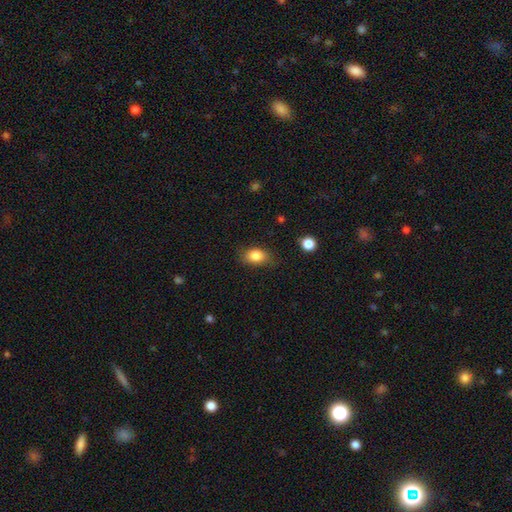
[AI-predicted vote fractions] smooth 84%, star or artifact 9%, featured or disk 7%. Down the decision tree: how rounded — in between (76%); merging — none (77%).